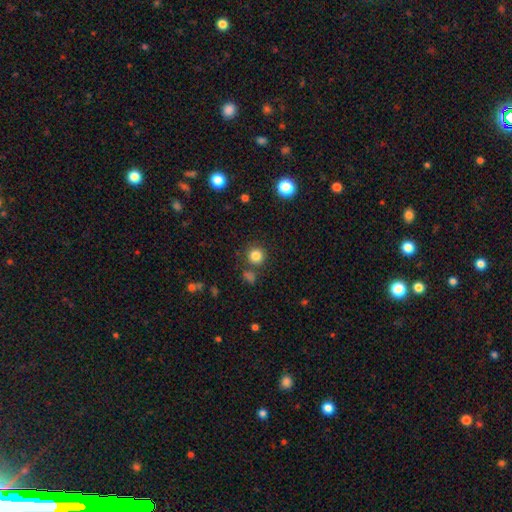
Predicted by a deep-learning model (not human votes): smooth_or_featured: smooth (p=0.83) [alt: star or artifact p=0.12]
how_rounded: round (p=0.93) [alt: in between p=0.06]
merging: none (p=0.82) [alt: minor disturbance p=0.08]